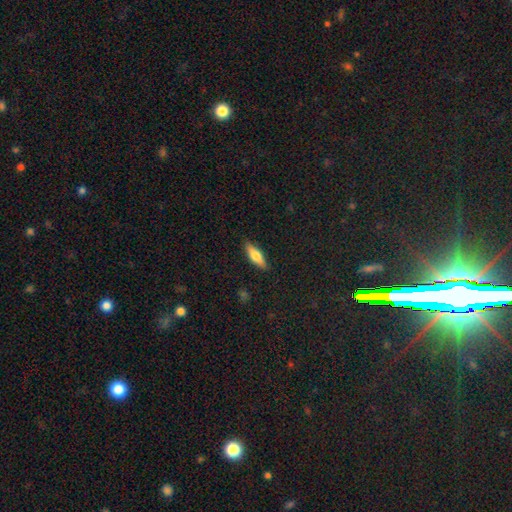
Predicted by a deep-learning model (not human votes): Overall: smooth (64%; featured or disk 29%). How rounded: cigar-shaped (53%; in between 45%). Merging: none (88%).